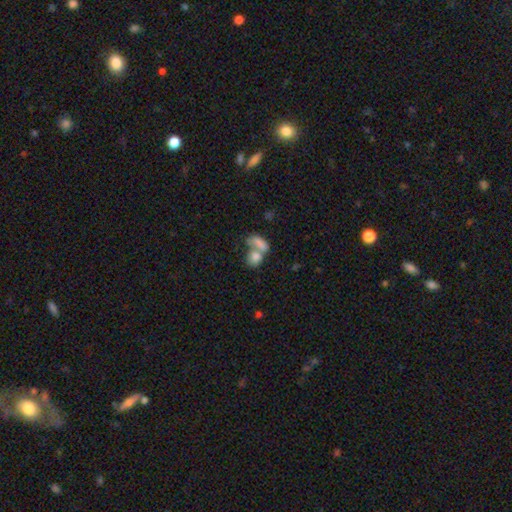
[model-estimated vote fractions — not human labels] Q: Smooth or featured?
A: smooth (78%); runner-up: featured or disk (12%)
Q: How rounded?
A: in between (63%); runner-up: round (32%)
Q: Merging?
A: merger (60%); runner-up: none (27%)